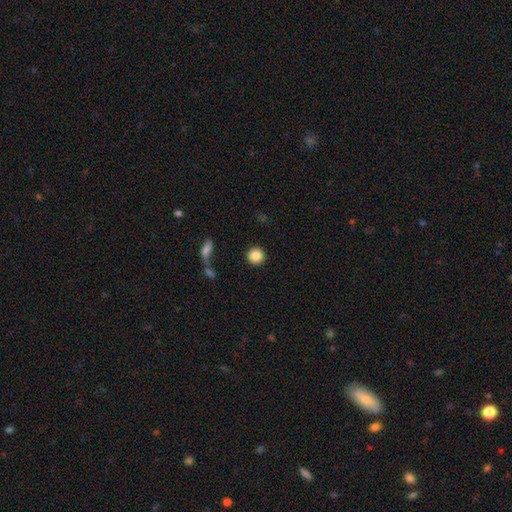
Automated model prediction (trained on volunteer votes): Morphology: type=smooth (87%); roundness=round (94%); merging=none (90%).